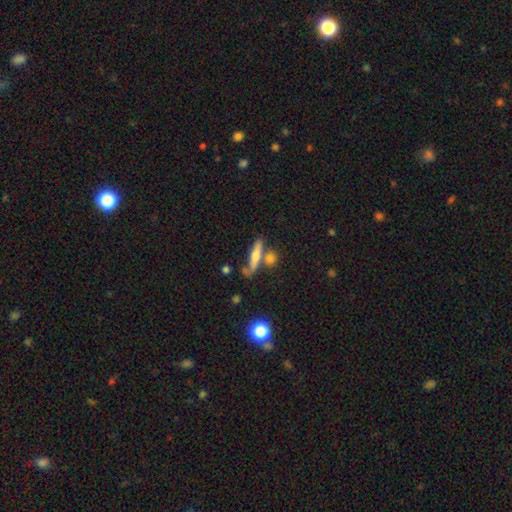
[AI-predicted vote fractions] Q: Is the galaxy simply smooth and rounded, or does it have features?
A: smooth — 46%.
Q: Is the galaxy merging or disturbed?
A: none — 64%.